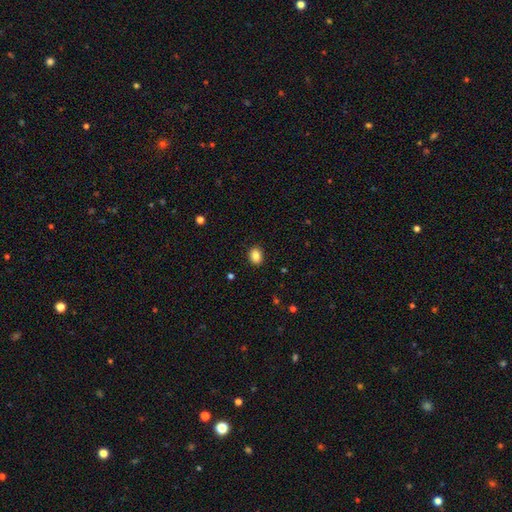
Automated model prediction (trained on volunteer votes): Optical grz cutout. It shows a smooth galaxy with no disk features (87%) that is in between round and cigar-shaped (61%). Merging: none (90%).